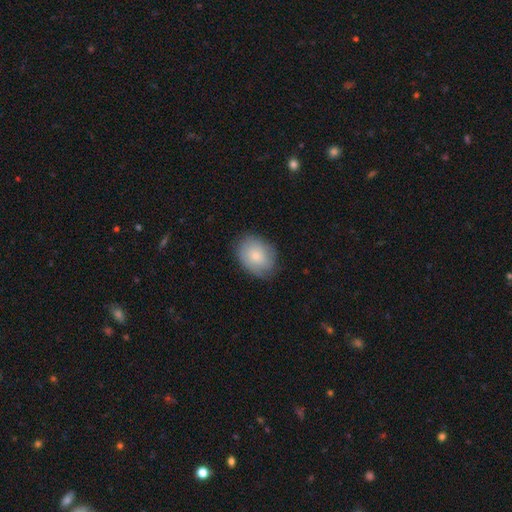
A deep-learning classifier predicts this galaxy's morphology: Q: Smooth or featured?
A: smooth (68%); runner-up: featured or disk (25%)
Q: How rounded?
A: in between (62%); runner-up: round (37%)
Q: Merging?
A: none (76%); runner-up: minor disturbance (18%)